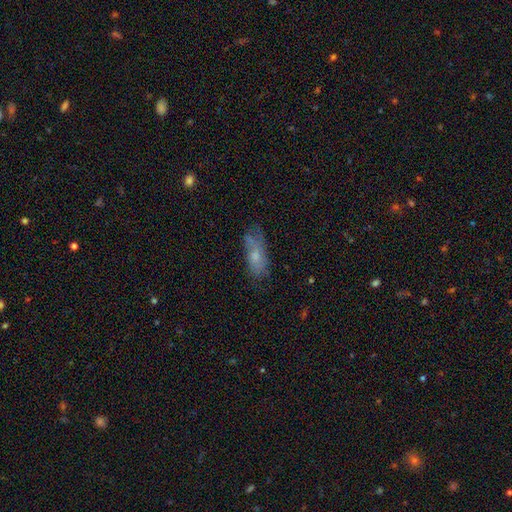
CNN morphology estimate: Smooth or featured? smooth (57%)
How rounded? in between (69%)
Merging? none (54%)